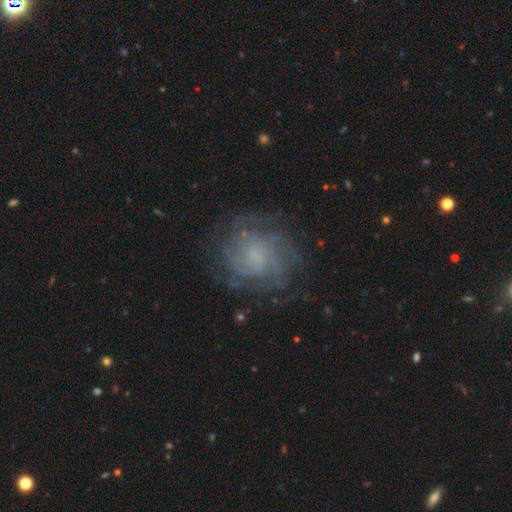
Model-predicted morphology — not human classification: A featured or disk galaxy (69%) with no bar (74%), tight (55%) spiral arms (88%) and a small central bulge (41%).

Vote fractions:
- Smooth or featured? featured or disk: 69% / smooth: 20% / star or artifact: 12%
- Edge-on disk? no: 97% / yes: 3%
- Bar? no: 74% / weak: 23% / strong: 3%
- Spiral arms? yes: 88% / no: 12%
- Spiral winding? tight: 55% / medium: 33% / loose: 12%
- Spiral arm count? can't tell: 47% / 4: 15% / 3: 13% / more than 4: 10% / 2: 9% / 1: 6%
- Bulge size? small: 41% / none: 29% / moderate: 23% / large: 6% / dominant: 1%
- Merging? none: 75% / minor disturbance: 15% / major disturbance: 9% / merger: 1%